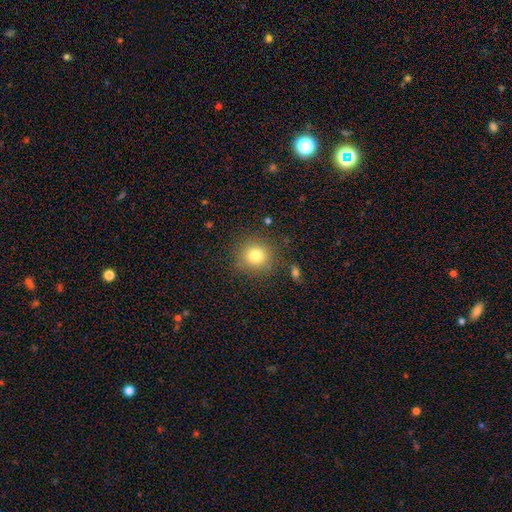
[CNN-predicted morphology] smooth-or-featured: smooth: 80% | star or artifact: 12% | featured or disk: 8%
  how-rounded: round: 90% | in between: 9% | cigar-shaped: 1%
  merging: none: 85% | minor disturbance: 9% | major disturbance: 4% | merger: 2%